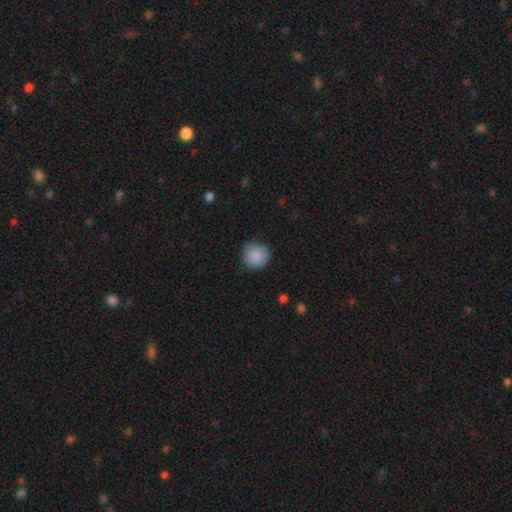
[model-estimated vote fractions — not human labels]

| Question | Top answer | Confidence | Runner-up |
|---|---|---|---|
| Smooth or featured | smooth | 88% | star or artifact (7%) |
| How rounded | round | 92% | in between (7%) |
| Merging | none | 82% | minor disturbance (14%) |